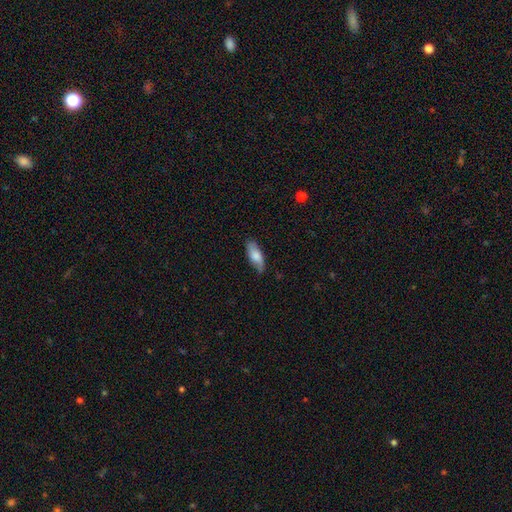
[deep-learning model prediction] This is likely a smooth galaxy (75%). How rounded: likely in between (74%). Merging: likely none (75%).